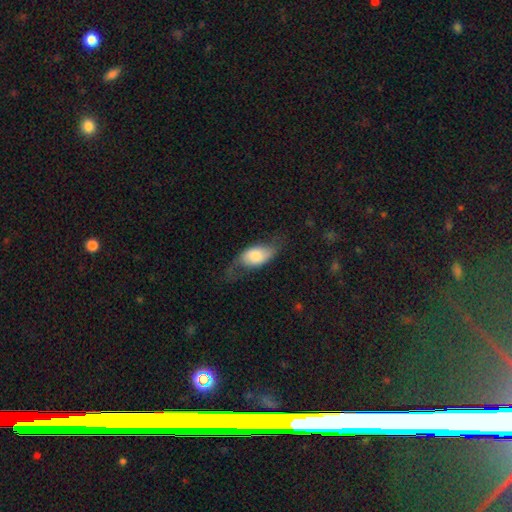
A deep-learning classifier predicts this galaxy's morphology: Smooth or featured?
  - smooth: 57% *
  - featured or disk: 36%
  - star or artifact: 7%
How rounded?
  - in between: 89% *
  - round: 6%
  - cigar-shaped: 4%
Merging?
  - none: 46% *
  - minor disturbance: 28%
  - major disturbance: 24%
  - merger: 2%